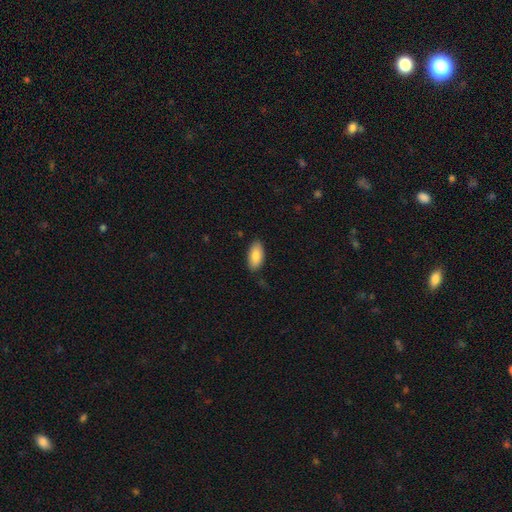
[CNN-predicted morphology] A smooth galaxy with no disk features (86%) that is in between round and cigar-shaped (92%).

Vote fractions:
- Smooth or featured? smooth: 86% / featured or disk: 8% / star or artifact: 6%
- How rounded? in between: 92% / cigar-shaped: 6% / round: 2%
- Merging? none: 85% / minor disturbance: 12% / major disturbance: 2% / merger: 1%